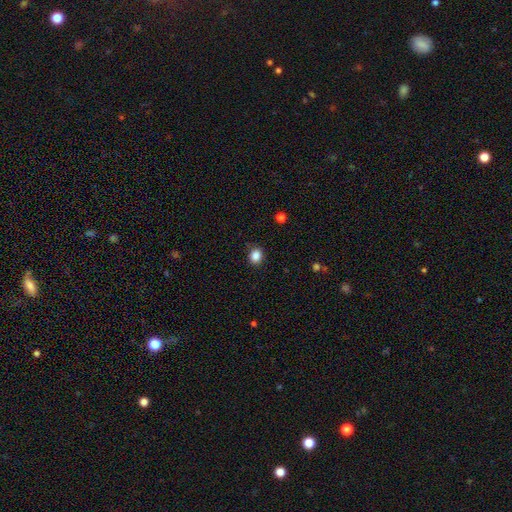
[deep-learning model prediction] Q: Smooth or featured?
A: smooth (86%); runner-up: star or artifact (10%)
Q: How rounded?
A: round (62%); runner-up: in between (37%)
Q: Merging?
A: none (88%); runner-up: minor disturbance (9%)